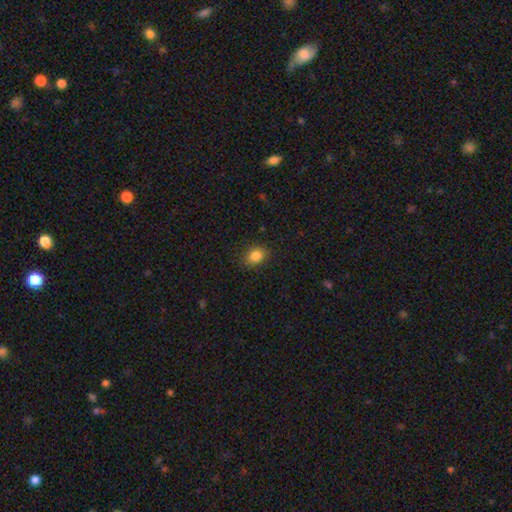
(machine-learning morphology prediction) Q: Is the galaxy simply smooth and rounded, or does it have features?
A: smooth — 85%.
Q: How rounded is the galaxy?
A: in between — 63%.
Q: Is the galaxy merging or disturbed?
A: none — 84%.